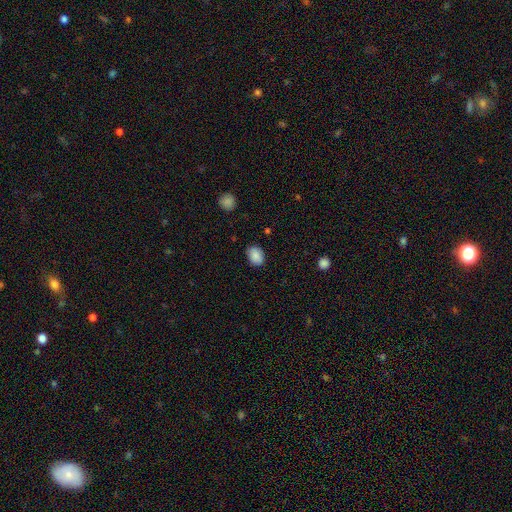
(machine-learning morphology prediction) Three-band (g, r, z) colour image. It shows a smooth galaxy with no disk features (88%) that is in between round and cigar-shaped (70%). Merging: none (83%).